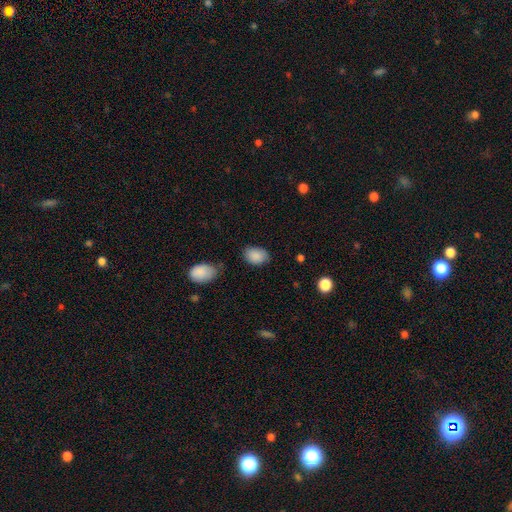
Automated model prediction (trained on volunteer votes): Smooth or featured?
  - smooth: 88% *
  - star or artifact: 7%
  - featured or disk: 5%
How rounded?
  - in between: 82% *
  - round: 17%
  - cigar-shaped: 1%
Merging?
  - none: 73% *
  - minor disturbance: 20%
  - major disturbance: 4%
  - merger: 3%